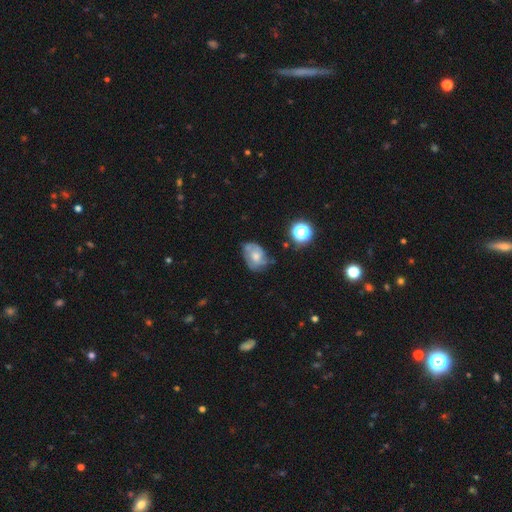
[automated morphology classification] This is possibly a featured or disk galaxy (55%). It is clearly not viewed edge-on (96%). Bar: likely no (76%). Spiral arm pattern: likely yes (71%). Central bulge: possibly moderate (54%). Merging: possibly none (52%).